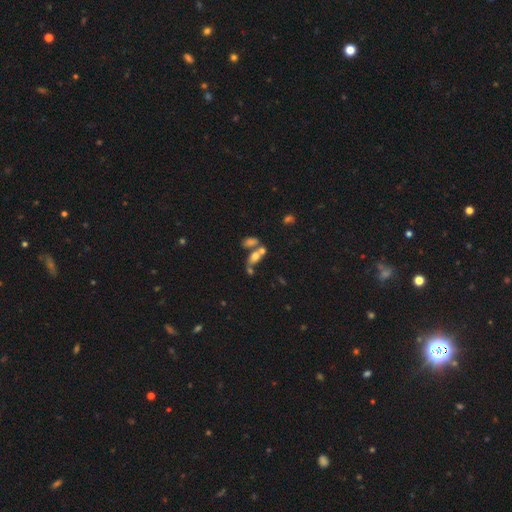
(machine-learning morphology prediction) Smooth or featured: smooth — 59% (featured or disk — 26%)
How rounded: in between — 79% (round — 12%)
Merging: merger — 50% (none — 30%)